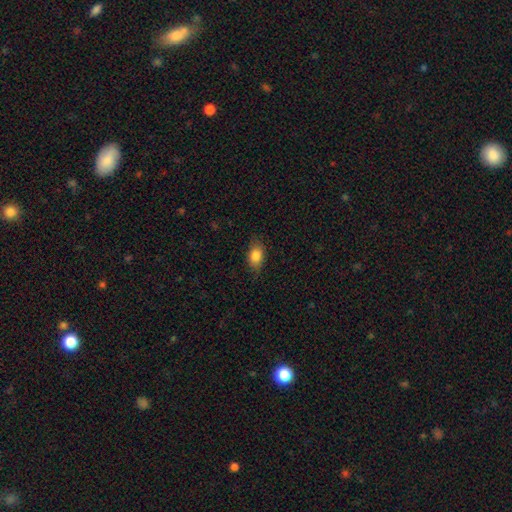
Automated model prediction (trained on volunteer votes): smooth 83%, featured or disk 9%, star or artifact 8%. Down the decision tree: how rounded — in between (82%); merging — none (79%).